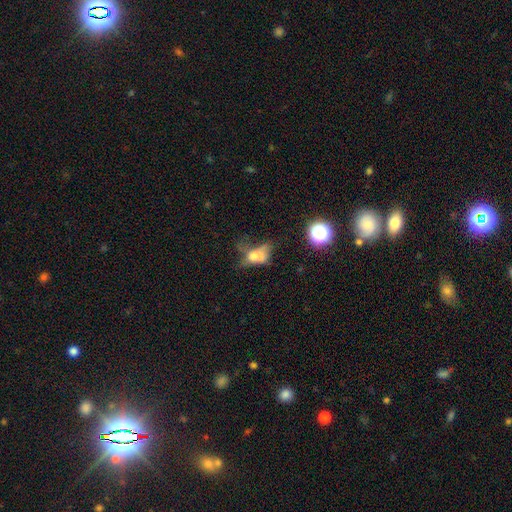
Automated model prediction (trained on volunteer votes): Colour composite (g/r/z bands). It shows a smooth galaxy with no disk features (49%). Merging: major disturbance (44%).